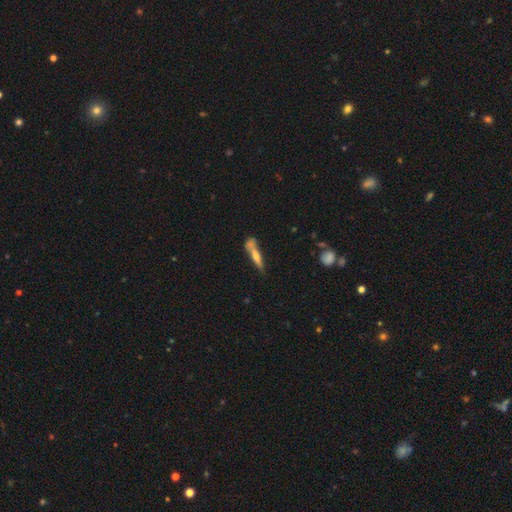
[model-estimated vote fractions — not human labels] Morphology: type=smooth (46%, tied with featured or disk); merging=none (53%).